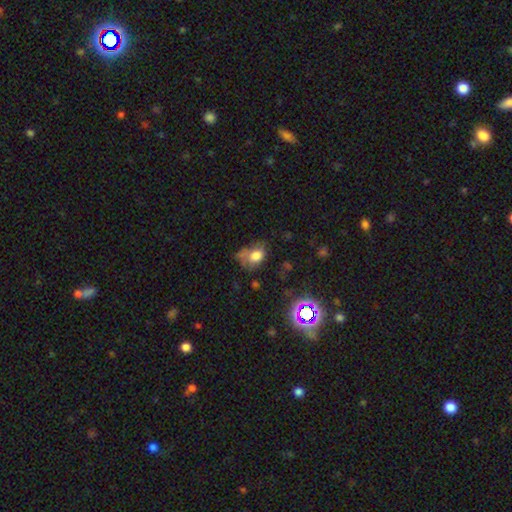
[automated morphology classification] smooth_or_featured: smooth (p=0.67) [alt: featured or disk p=0.18]
how_rounded: in between (p=0.68) [alt: round p=0.31]
merging: none (p=0.36) [alt: minor disturbance p=0.30]